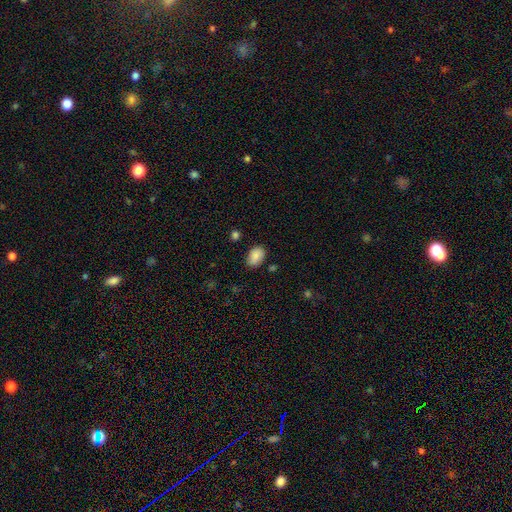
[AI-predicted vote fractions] Smooth or featured? Predicted: smooth (p=0.87). How rounded? Predicted: in between (p=0.84). Merging? Predicted: none (p=0.77).